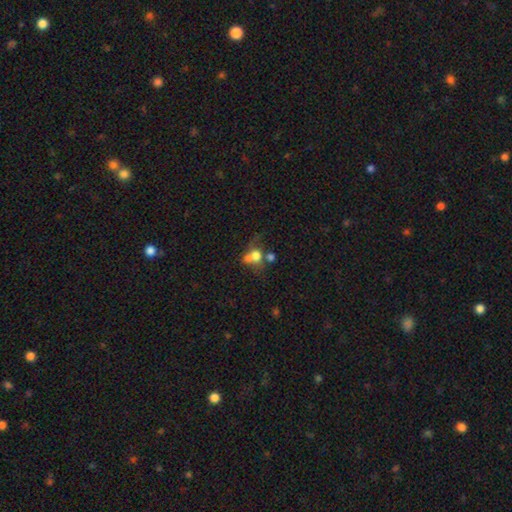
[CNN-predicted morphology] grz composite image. It shows a smooth galaxy with no disk features (62%) that is round (62%). Merging: merger (46%).